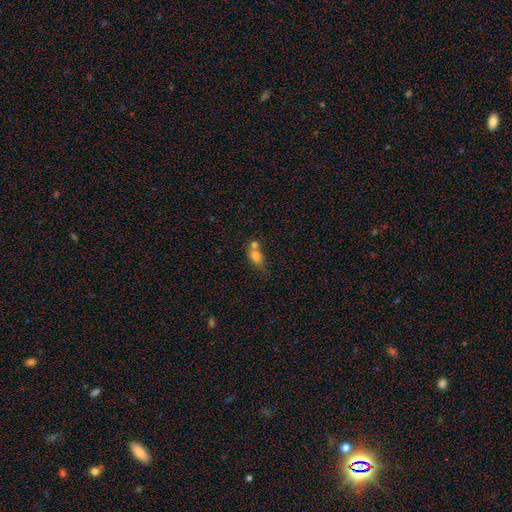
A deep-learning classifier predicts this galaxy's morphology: Smooth or featured?
  - smooth: 73% *
  - featured or disk: 16%
  - star or artifact: 10%
How rounded?
  - in between: 61% *
  - round: 34%
  - cigar-shaped: 5%
Merging?
  - merger: 51% *
  - none: 31%
  - minor disturbance: 13%
  - major disturbance: 6%